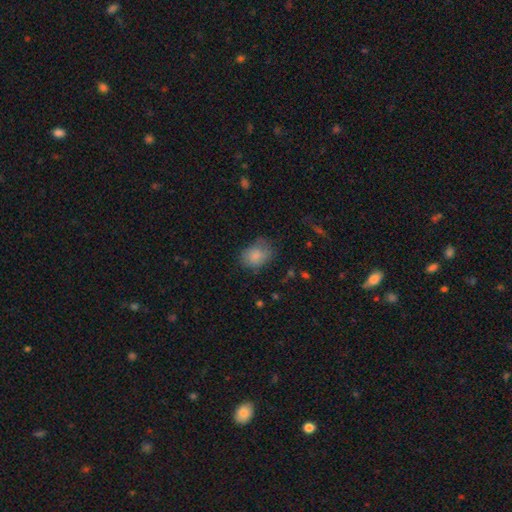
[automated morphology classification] A smooth galaxy with no disk features (81%) that is in between round and cigar-shaped (63%).

Vote fractions:
- Smooth or featured? smooth: 81% / featured or disk: 11% / star or artifact: 9%
- How rounded? in between: 63% / round: 36% / cigar-shaped: 1%
- Merging? none: 55% / minor disturbance: 31% / major disturbance: 12% / merger: 2%